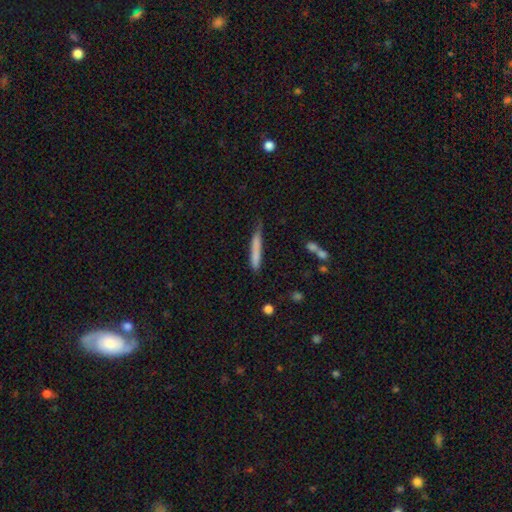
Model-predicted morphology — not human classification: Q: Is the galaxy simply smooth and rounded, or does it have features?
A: smooth — 70%.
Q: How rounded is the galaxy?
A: cigar-shaped — 95%.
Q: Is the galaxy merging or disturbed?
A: none — 69%.